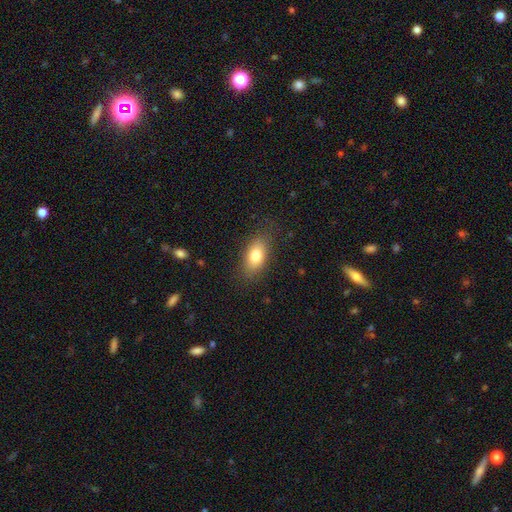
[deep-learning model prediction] Q: Smooth or featured?
A: smooth (79%); runner-up: featured or disk (13%)
Q: How rounded?
A: in between (87%); runner-up: cigar-shaped (6%)
Q: Merging?
A: none (81%); runner-up: minor disturbance (13%)